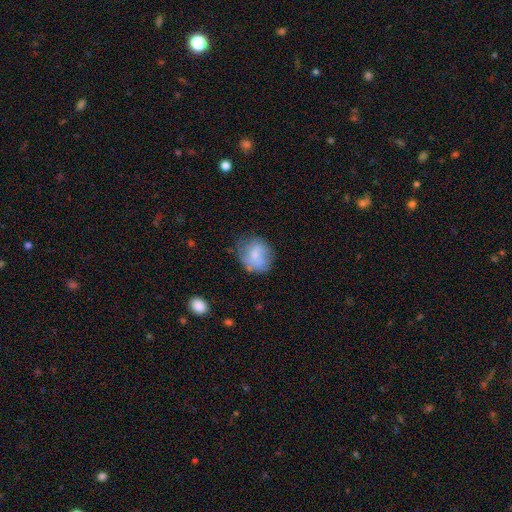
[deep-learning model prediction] This appears to be a smooth galaxy with no disk features (64%) that is round (64%). Merging: none (59%).